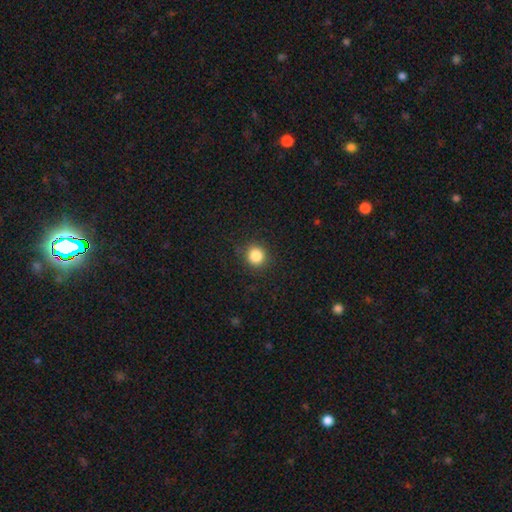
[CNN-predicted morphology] This appears to be a smooth galaxy with no disk features (85%) that is round (91%). Merging: none (89%).